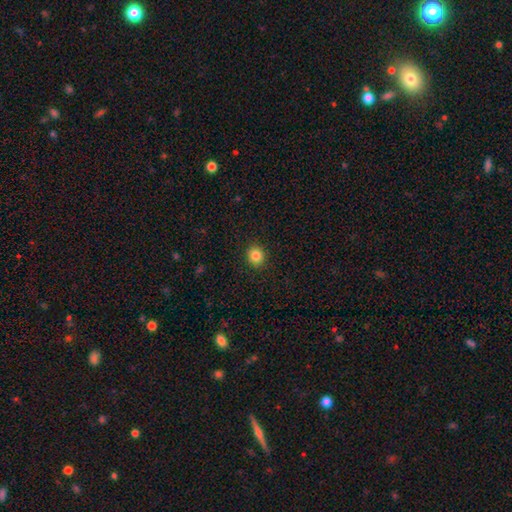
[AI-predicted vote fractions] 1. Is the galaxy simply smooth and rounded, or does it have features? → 84% smooth, 11% star or artifact, 5% featured or disk.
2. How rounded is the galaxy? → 81% round, 18% in between, 1% cigar-shaped.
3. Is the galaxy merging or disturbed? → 91% none, 6% minor disturbance, 2% major disturbance, 1% merger.